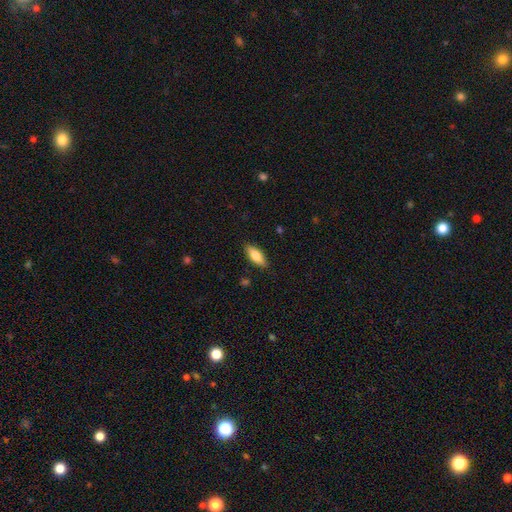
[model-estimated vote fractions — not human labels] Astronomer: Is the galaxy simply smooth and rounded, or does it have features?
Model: smooth — 75%.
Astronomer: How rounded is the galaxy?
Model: in between — 76%.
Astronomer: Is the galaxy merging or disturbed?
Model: none — 87%.